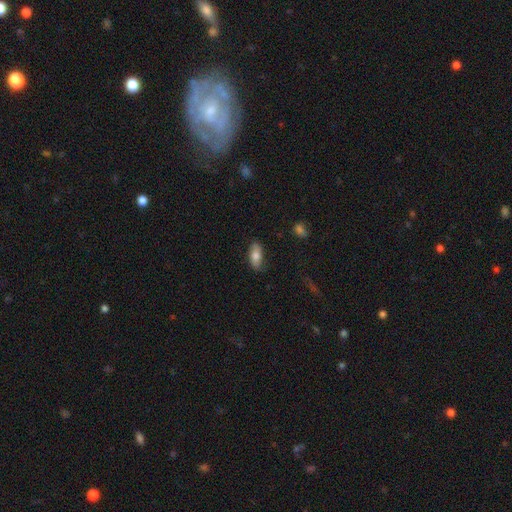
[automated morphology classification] type=smooth (73%); roundness=in between (85%); merging=none (78%).